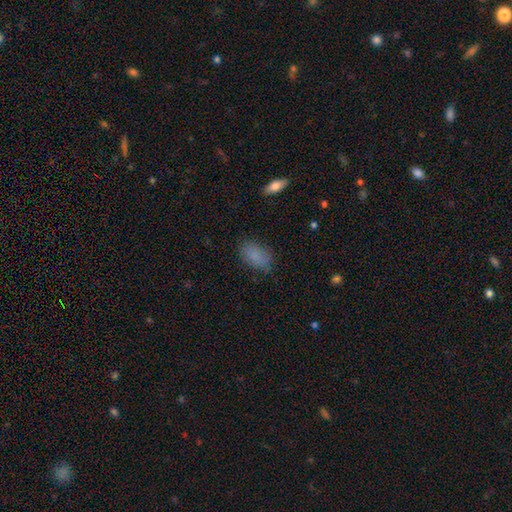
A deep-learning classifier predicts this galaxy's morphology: smooth 84%, star or artifact 10%, featured or disk 7%. Down the decision tree: how rounded — in between (91%); merging — none (78%).